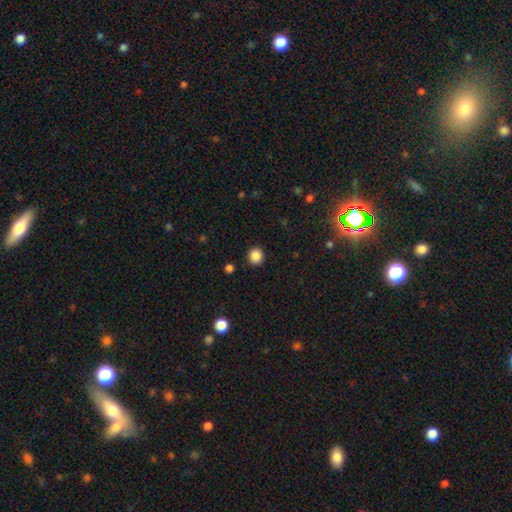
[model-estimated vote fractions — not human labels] Morphology: type=smooth (86%); roundness=round (87%); merging=none (91%).